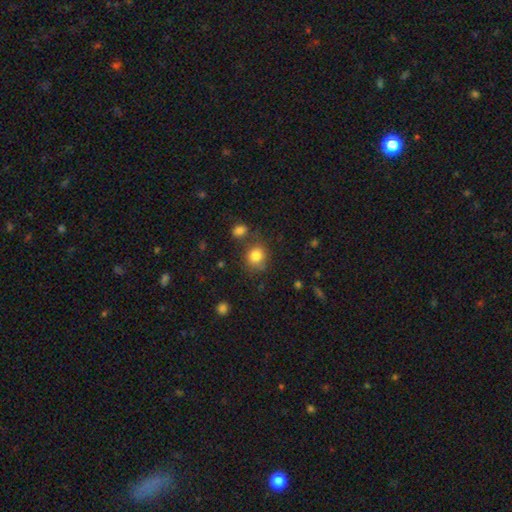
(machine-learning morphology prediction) Smooth or featured? smooth (84%)
How rounded? round (78%)
Merging? none (71%)